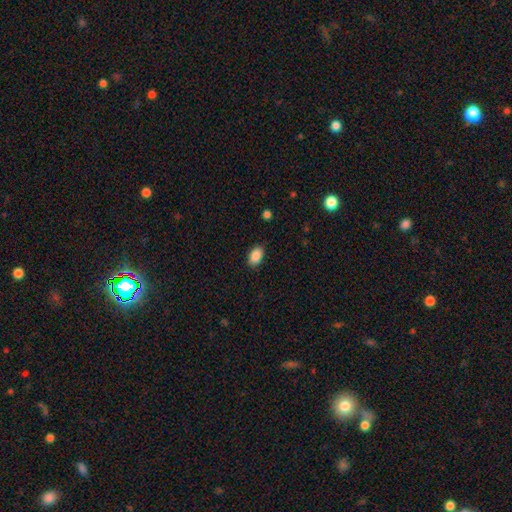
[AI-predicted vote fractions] Q: Smooth or featured?
A: smooth (89%); runner-up: star or artifact (8%)
Q: How rounded?
A: in between (91%); runner-up: round (7%)
Q: Merging?
A: none (87%); runner-up: minor disturbance (10%)